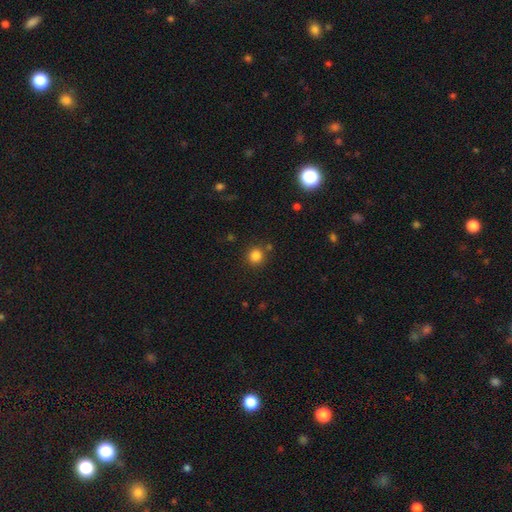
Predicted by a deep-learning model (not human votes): Morphology: type=smooth (83%); roundness=round (93%); merging=none (85%).